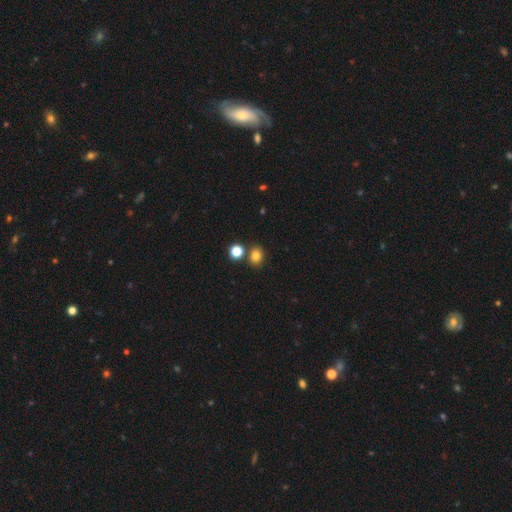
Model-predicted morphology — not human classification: Smooth or featured? smooth (81%)
How rounded? round (62%)
Merging? none (76%)